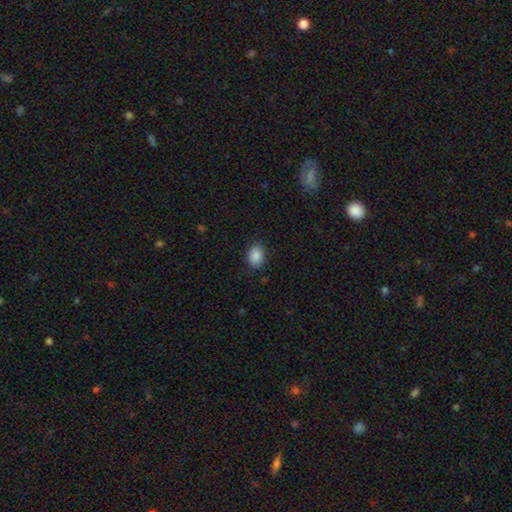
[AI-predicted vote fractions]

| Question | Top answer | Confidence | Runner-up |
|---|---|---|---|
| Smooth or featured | smooth | 89% | star or artifact (8%) |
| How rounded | in between | 79% | round (20%) |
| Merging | none | 86% | minor disturbance (11%) |